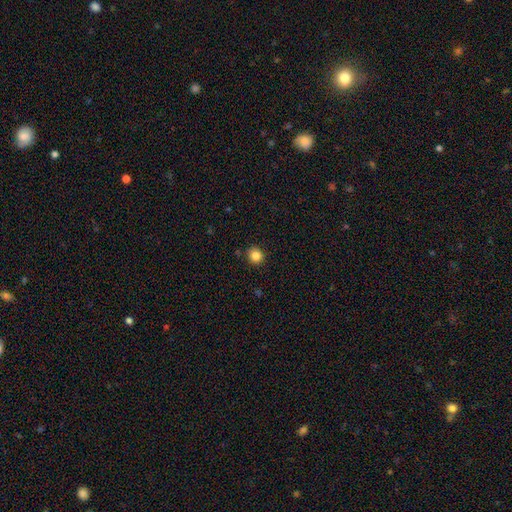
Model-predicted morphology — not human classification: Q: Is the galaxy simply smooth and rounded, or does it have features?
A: smooth — 84%.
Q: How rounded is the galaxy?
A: round — 86%.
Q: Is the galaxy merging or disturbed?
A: none — 88%.